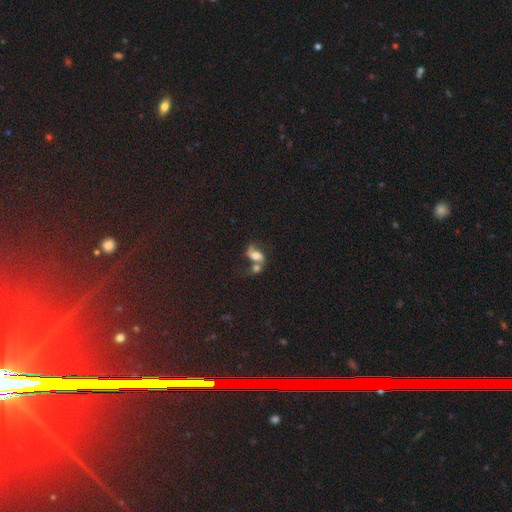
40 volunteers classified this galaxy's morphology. This is possibly a smooth galaxy (52%). How rounded: clearly in between (81%). Merging: likely merger (63%).